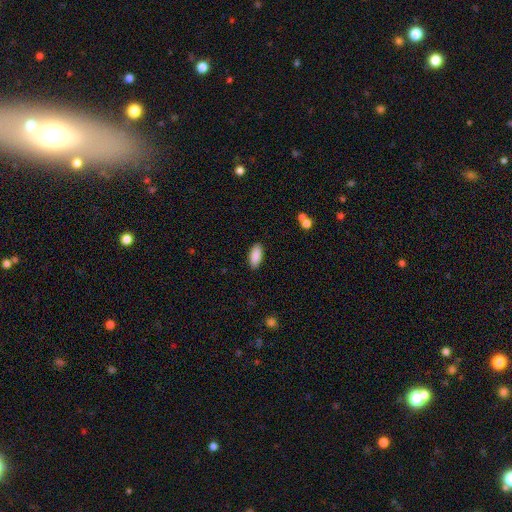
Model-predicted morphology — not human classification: Q: Smooth or featured?
A: smooth (89%); runner-up: star or artifact (7%)
Q: How rounded?
A: in between (87%); runner-up: cigar-shaped (11%)
Q: Merging?
A: none (89%); runner-up: minor disturbance (8%)